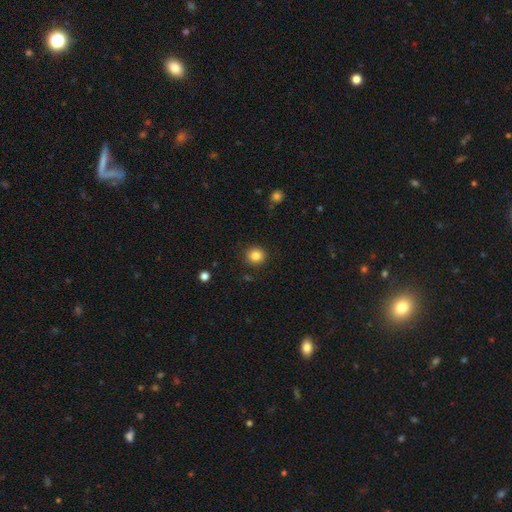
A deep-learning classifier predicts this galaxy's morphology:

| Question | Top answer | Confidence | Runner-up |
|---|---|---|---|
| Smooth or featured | smooth | 85% | star or artifact (11%) |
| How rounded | round | 89% | in between (10%) |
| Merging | none | 90% | minor disturbance (6%) |